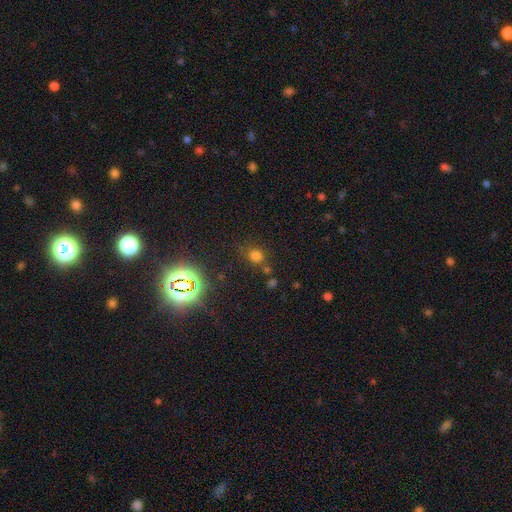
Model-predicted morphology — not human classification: smooth_or_featured: smooth (p=0.66) [alt: star or artifact p=0.27]
how_rounded: round (p=0.86) [alt: in between p=0.13]
merging: none (p=0.73) [alt: minor disturbance p=0.13]